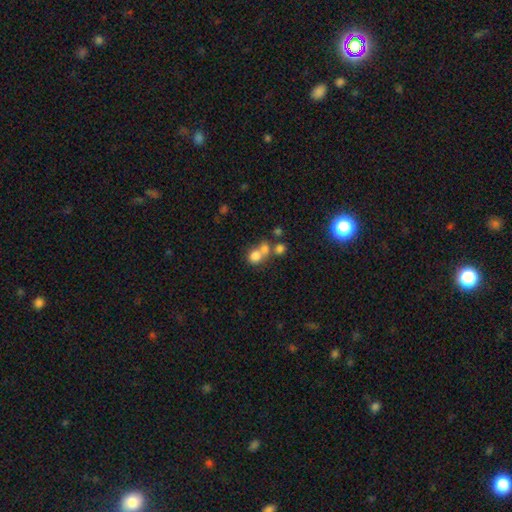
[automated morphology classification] Overall: smooth (74%). How rounded: round (77%). Merging: merger (51%; none 37%).